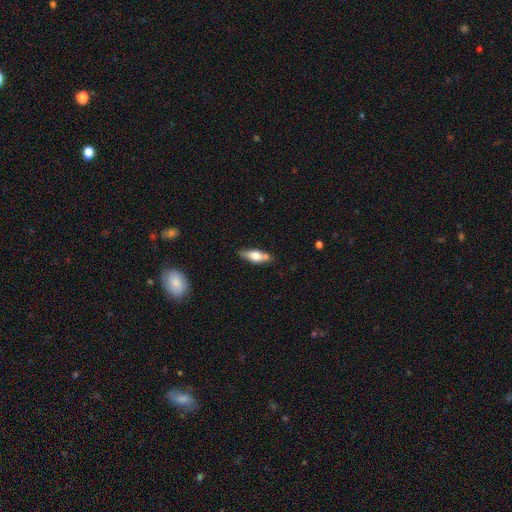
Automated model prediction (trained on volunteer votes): Q: Smooth or featured?
A: smooth (56%); runner-up: featured or disk (37%)
Q: How rounded?
A: in between (63%); runner-up: cigar-shaped (33%)
Q: Merging?
A: none (72%); runner-up: minor disturbance (18%)